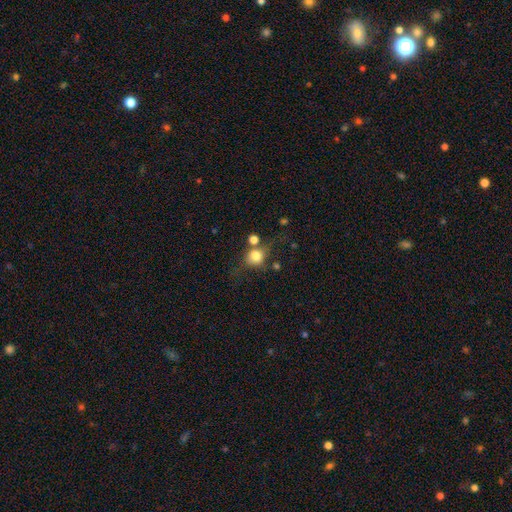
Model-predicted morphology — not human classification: A smooth galaxy with no disk features (72%) that is round (77%). Merging: none (56%).